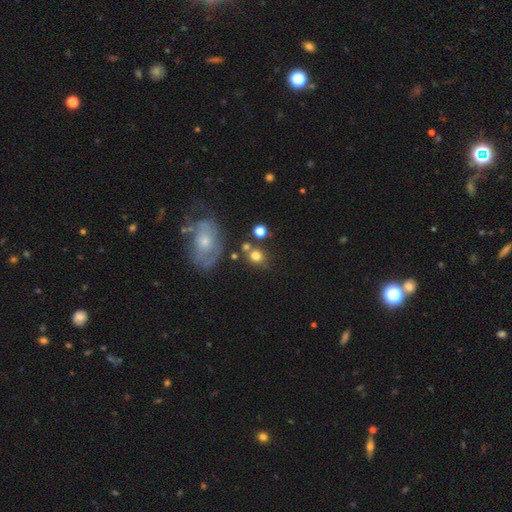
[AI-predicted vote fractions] This appears to be a smooth galaxy with no disk features (73%) that is round (71%). Merging: none (62%).